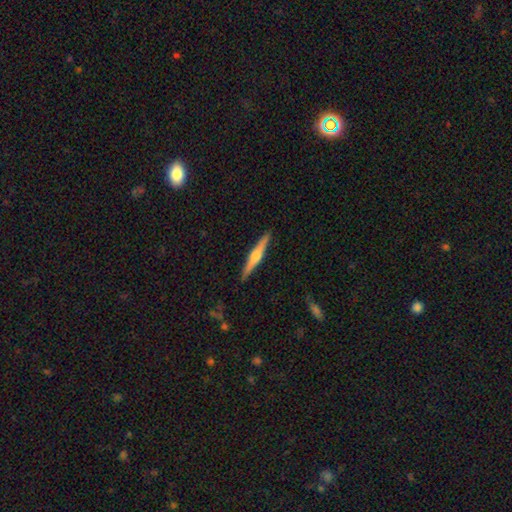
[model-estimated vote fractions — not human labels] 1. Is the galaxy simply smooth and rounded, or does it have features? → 67% featured or disk, 27% smooth, 5% star or artifact.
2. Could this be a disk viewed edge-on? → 98% yes, 2% no.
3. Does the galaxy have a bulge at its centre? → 91% rounded, 5% boxy, 4% none.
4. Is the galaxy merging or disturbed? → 91% none, 7% minor disturbance, 1% major disturbance, 1% merger.